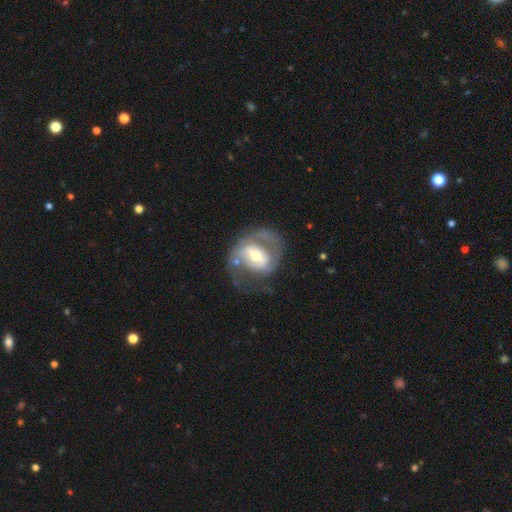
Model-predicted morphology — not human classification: This appears to be a featured or disk galaxy (76%) with a weak bar (40%), 2 (73%) medium (47%) spiral arms (77%) and a moderate central bulge (59%). Merging: none (54%).